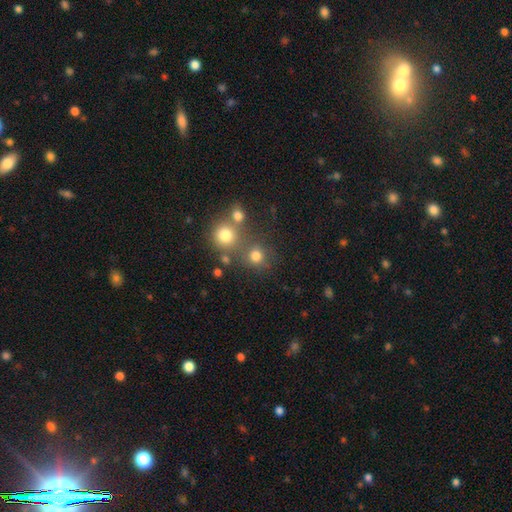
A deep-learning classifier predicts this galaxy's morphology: Overall: smooth (74%). How rounded: round (87%). Merging: none (63%; merger 25%).